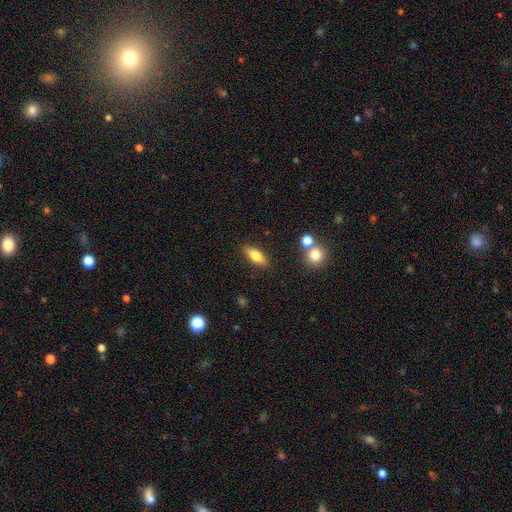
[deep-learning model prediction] Morphology: type=smooth (76%); roundness=in between (73%); merging=none (84%).